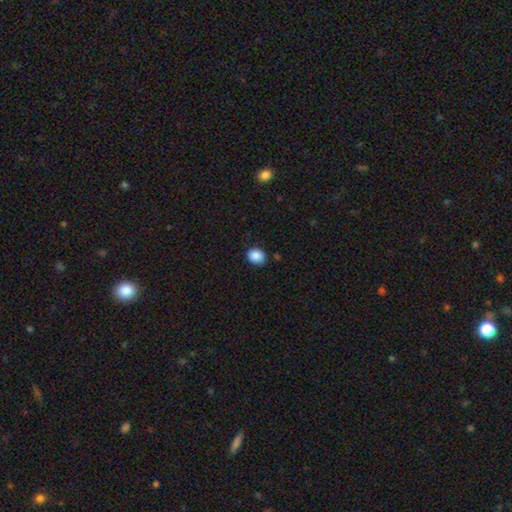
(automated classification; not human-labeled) This appears to be a smooth galaxy with no disk features (88%) that is round (69%). Merging: none (83%).